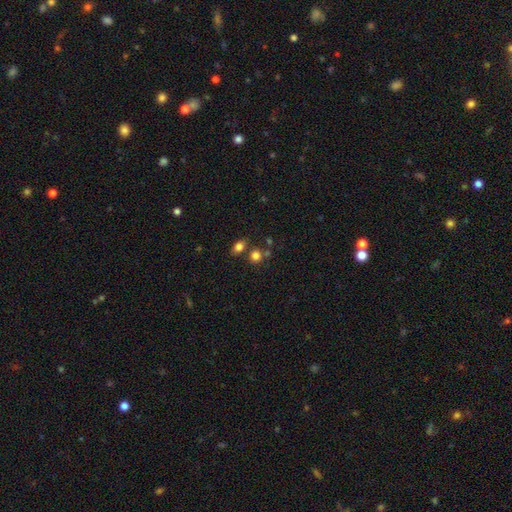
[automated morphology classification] Smooth or featured?
  - smooth: 80% *
  - star or artifact: 14%
  - featured or disk: 7%
How rounded?
  - round: 71% *
  - in between: 28%
  - cigar-shaped: 1%
Merging?
  - none: 64% *
  - merger: 22%
  - minor disturbance: 10%
  - major disturbance: 4%